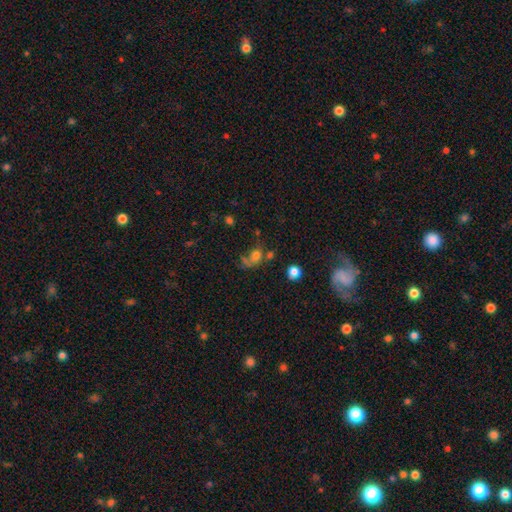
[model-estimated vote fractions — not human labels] Smooth or featured? Predicted: smooth (p=0.59). How rounded? Predicted: round (p=0.51). Merging? Predicted: none (p=0.31).